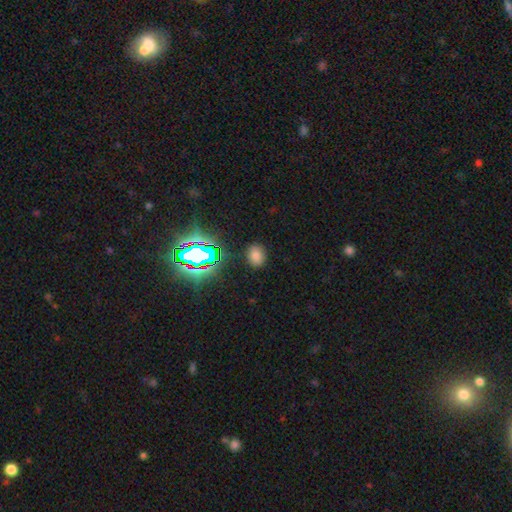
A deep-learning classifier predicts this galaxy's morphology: type=smooth (71%); roundness=in between (57%); merging=none (87%).